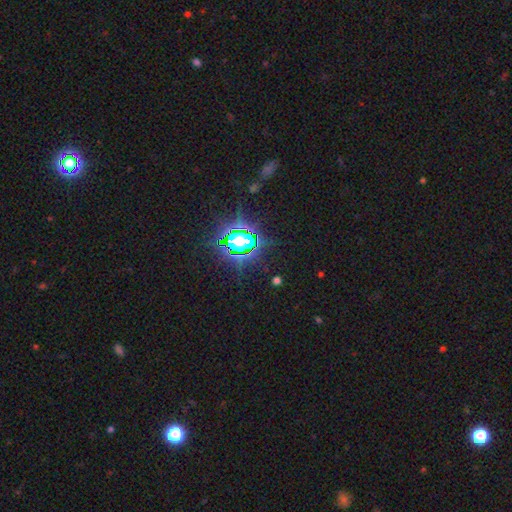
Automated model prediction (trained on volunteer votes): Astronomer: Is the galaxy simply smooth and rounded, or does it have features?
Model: star or artifact — 80%.